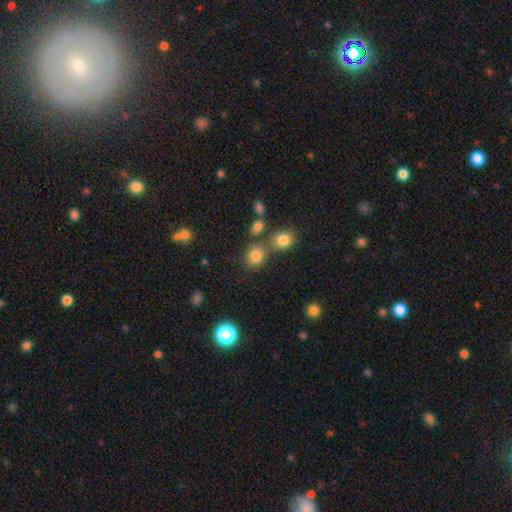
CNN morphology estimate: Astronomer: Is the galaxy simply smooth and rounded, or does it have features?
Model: smooth — 80%.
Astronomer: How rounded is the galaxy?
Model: round — 74%.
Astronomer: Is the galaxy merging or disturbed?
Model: none — 62%.